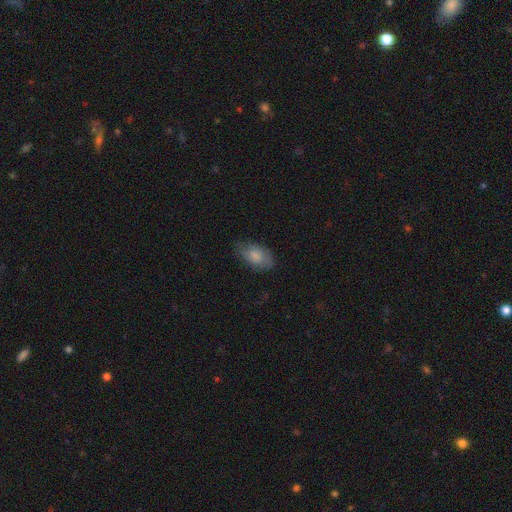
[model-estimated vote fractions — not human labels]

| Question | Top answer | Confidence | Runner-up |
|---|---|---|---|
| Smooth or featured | smooth | 79% | featured or disk (15%) |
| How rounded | in between | 92% | round (5%) |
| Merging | none | 68% | minor disturbance (24%) |